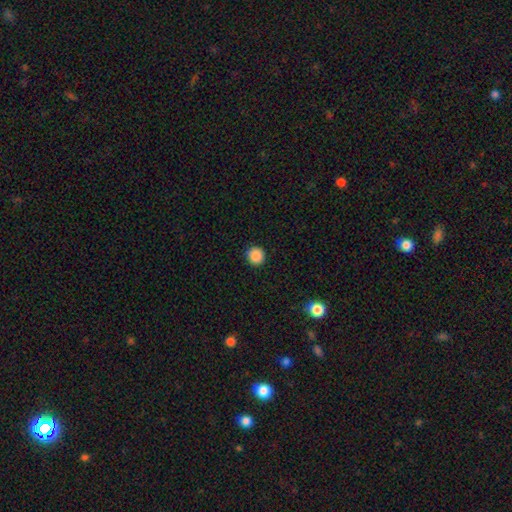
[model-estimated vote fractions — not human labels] Overall: smooth (88%). How rounded: round (93%). Merging: none (92%).